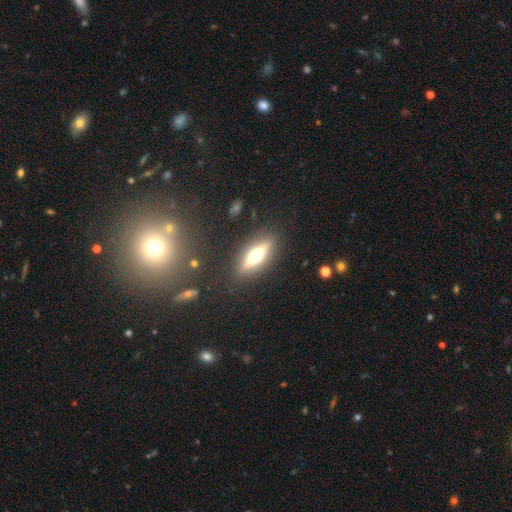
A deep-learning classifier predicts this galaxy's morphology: Smooth or featured?
  - featured or disk: 60% *
  - smooth: 32%
  - star or artifact: 9%
Edge-on disk?
  - yes: 90% *
  - no: 10%
Edge-on bulge?
  - rounded: 92% *
  - boxy: 6%
  - none: 3%
Merging?
  - none: 86% *
  - minor disturbance: 9%
  - major disturbance: 3%
  - merger: 2%